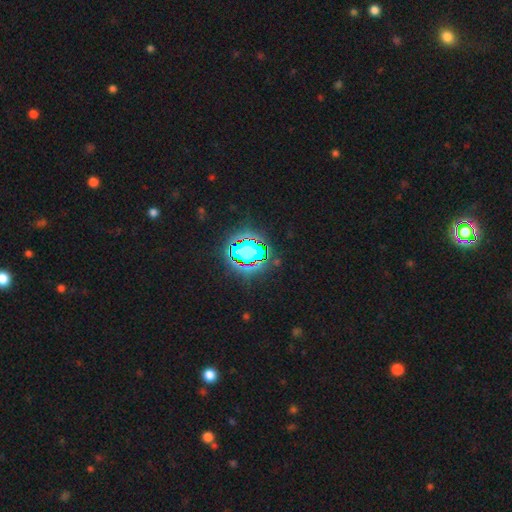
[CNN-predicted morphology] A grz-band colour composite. It shows a star or artifact, not a galaxy (77%).